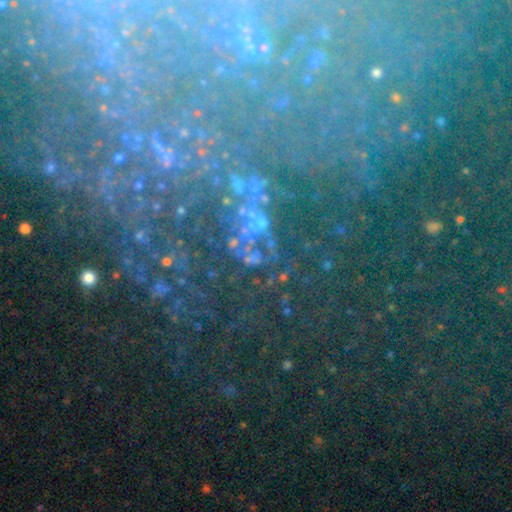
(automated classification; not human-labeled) Smooth or featured? Predicted: star or artifact (p=0.60).